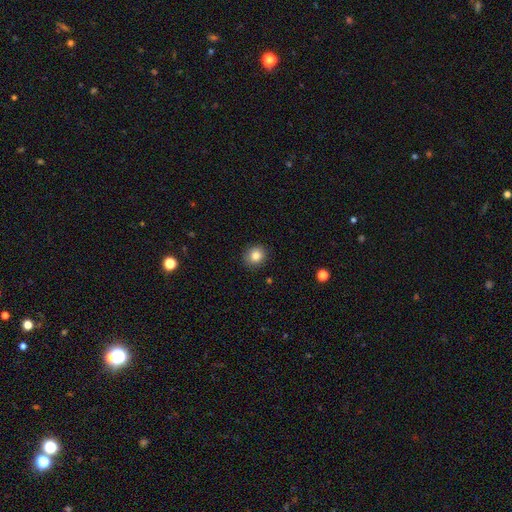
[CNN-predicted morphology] smooth 84%, star or artifact 10%, featured or disk 6%. Down the decision tree: how rounded — round (81%); merging — none (89%).